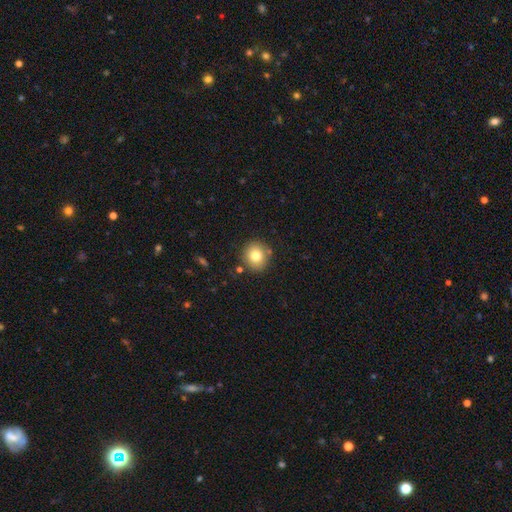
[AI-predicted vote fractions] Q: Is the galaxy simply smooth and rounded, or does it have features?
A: smooth — 80%.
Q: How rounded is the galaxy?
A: round — 85%.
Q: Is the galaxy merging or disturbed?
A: none — 85%.